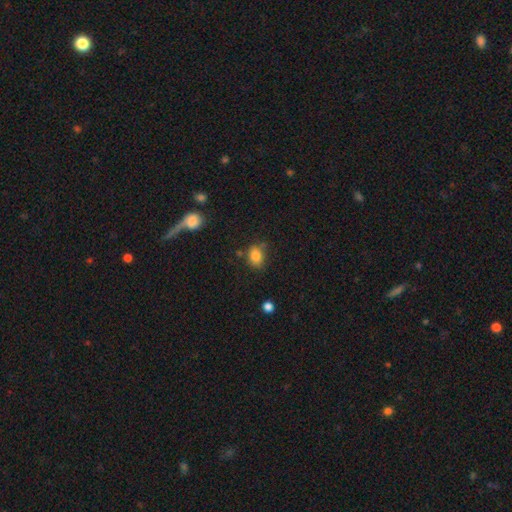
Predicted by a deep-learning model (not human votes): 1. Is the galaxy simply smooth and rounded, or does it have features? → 83% smooth, 11% star or artifact, 7% featured or disk.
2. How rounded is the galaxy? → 60% in between, 39% round, 1% cigar-shaped.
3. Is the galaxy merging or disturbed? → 64% none, 24% minor disturbance, 7% major disturbance, 6% merger.